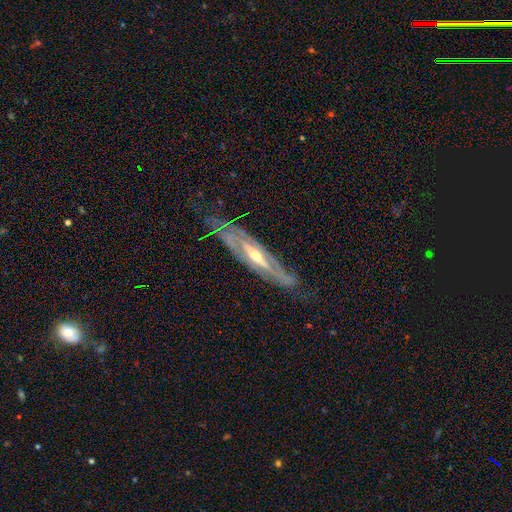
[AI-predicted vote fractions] Smooth or featured?
  - featured or disk: 84% *
  - smooth: 11%
  - star or artifact: 5%
Edge-on disk?
  - no: 54% *
  - yes: 46%
Merging?
  - none: 72% *
  - minor disturbance: 19%
  - major disturbance: 7%
  - merger: 2%